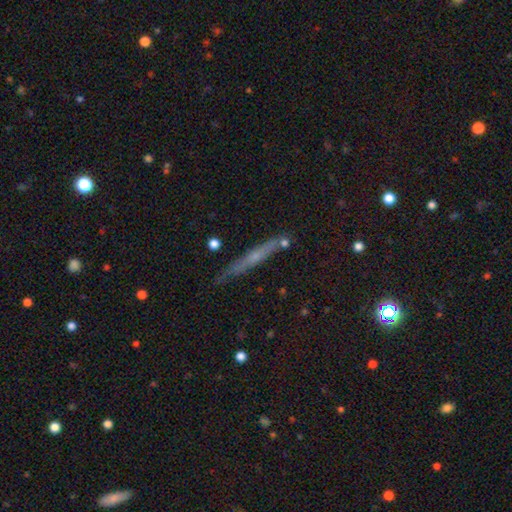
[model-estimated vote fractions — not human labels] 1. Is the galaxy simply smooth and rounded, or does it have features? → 55% featured or disk, 33% smooth, 11% star or artifact.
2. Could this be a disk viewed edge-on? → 94% yes, 6% no.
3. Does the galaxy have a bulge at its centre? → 48% none, 46% rounded, 6% boxy.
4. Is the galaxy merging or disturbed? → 81% none, 13% minor disturbance, 4% merger, 3% major disturbance.